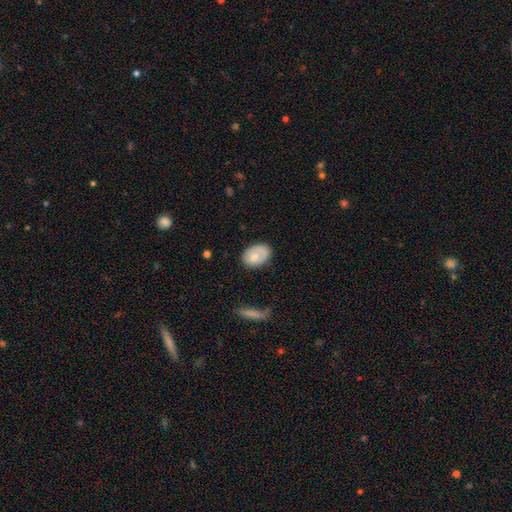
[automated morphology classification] Q: Smooth or featured?
A: smooth (70%); runner-up: featured or disk (23%)
Q: How rounded?
A: in between (85%); runner-up: round (14%)
Q: Merging?
A: none (68%); runner-up: minor disturbance (23%)